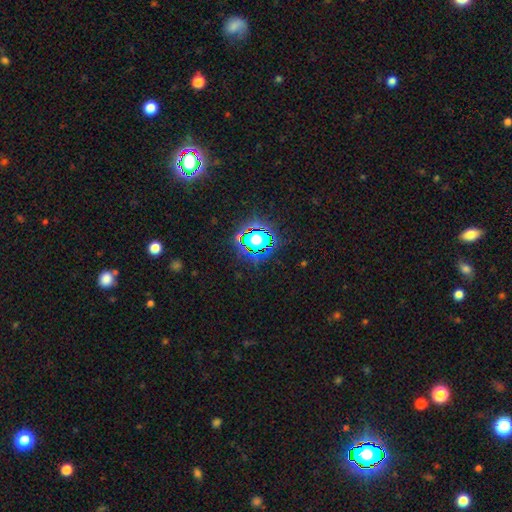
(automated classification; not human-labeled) Morphology: type=star or artifact (79%).